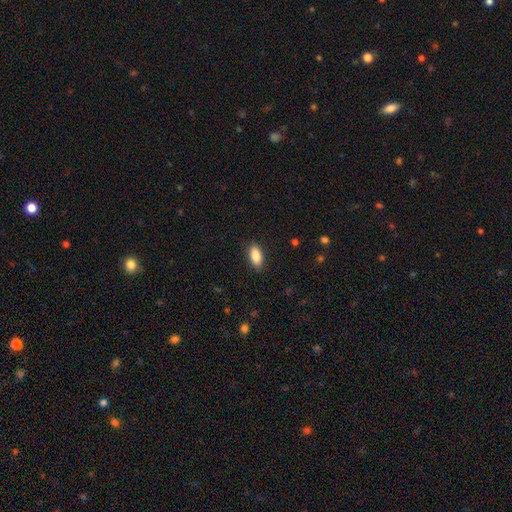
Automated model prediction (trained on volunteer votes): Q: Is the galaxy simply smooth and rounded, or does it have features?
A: smooth — 87%.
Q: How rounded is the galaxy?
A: in between — 89%.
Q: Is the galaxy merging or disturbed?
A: none — 87%.